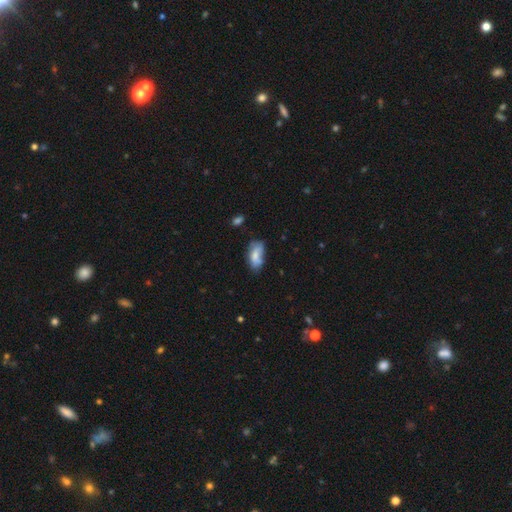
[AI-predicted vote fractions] smooth_or_featured: smooth (p=0.71) [alt: featured or disk p=0.22]
how_rounded: in between (p=0.90) [alt: cigar-shaped p=0.07]
merging: none (p=0.46) [alt: minor disturbance p=0.34]